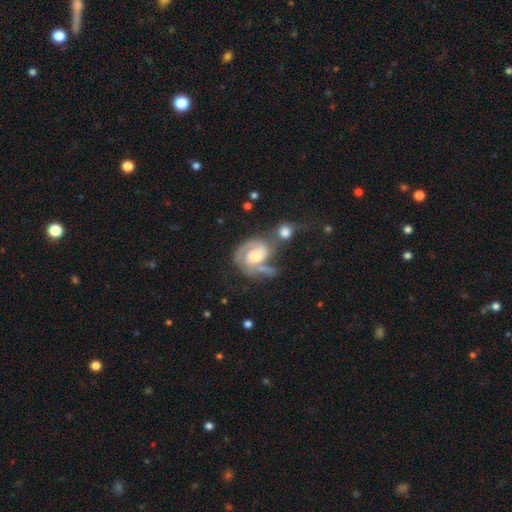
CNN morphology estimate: Smooth or featured? Predicted: featured or disk (p=0.83). Edge-on disk? Predicted: no (p=0.98). Bar? Predicted: no (p=0.60). Spiral arms? Predicted: yes (p=0.94). Spiral winding? Predicted: tight (p=0.50). Spiral arm count? Predicted: 2 (p=0.65). Bulge size? Predicted: moderate (p=0.47). Merging? Predicted: merger (p=0.33, tied with none).